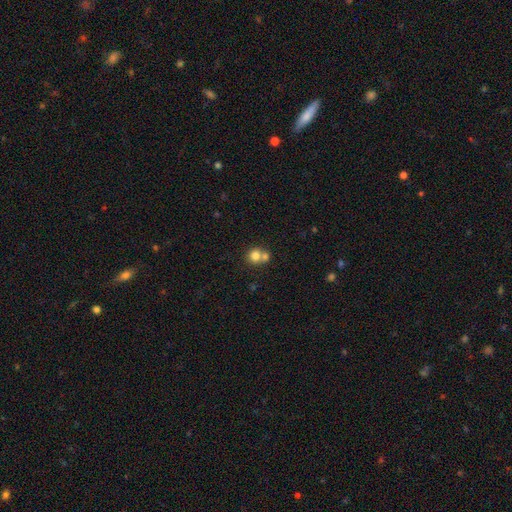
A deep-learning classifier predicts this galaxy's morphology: type=smooth (77%); roundness=round (83%); merging=merger (51%).